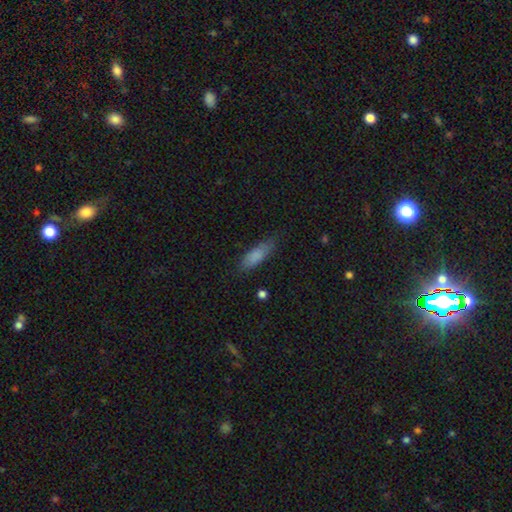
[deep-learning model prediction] smooth 83%, featured or disk 10%, star or artifact 7%. Down the decision tree: how rounded — in between (58%); merging — none (70%).